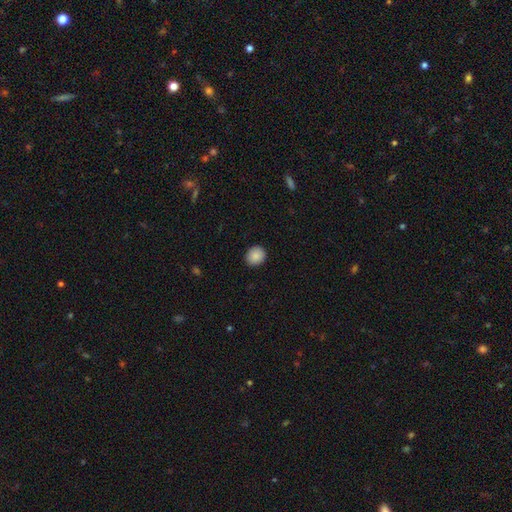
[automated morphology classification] Smooth or featured? smooth (88%)
How rounded? round (74%)
Merging? none (90%)